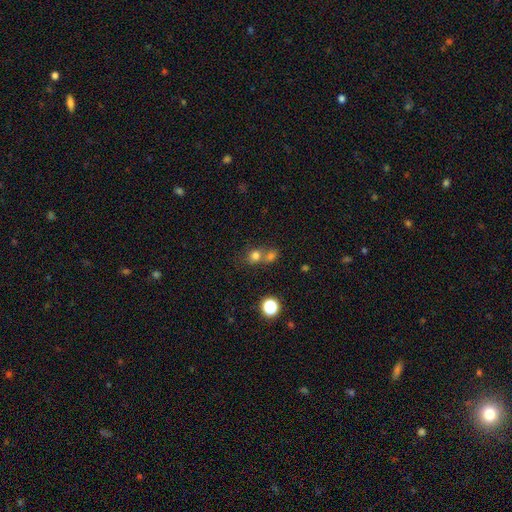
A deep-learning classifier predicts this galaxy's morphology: A smooth galaxy with no disk features (74%) that is round (76%).

Vote fractions:
- Smooth or featured? smooth: 74% / star or artifact: 17% / featured or disk: 9%
- How rounded? round: 76% / in between: 23% / cigar-shaped: 1%
- Merging? merger: 48% / none: 41% / minor disturbance: 7% / major disturbance: 3%